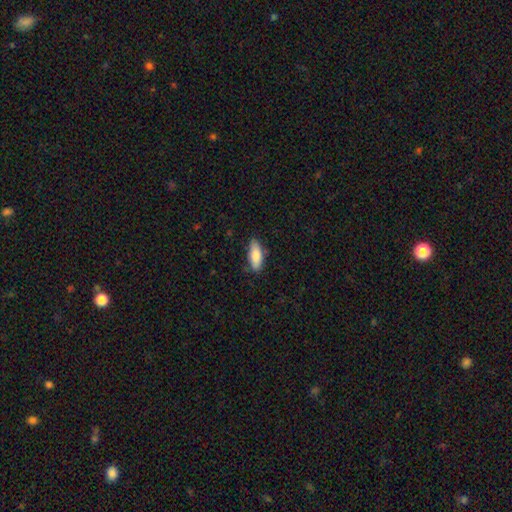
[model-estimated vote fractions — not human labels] The model was most divided on "how rounded": in between: 74%, cigar-shaped: 24%, round: 2%. More confident: smooth or featured — smooth (84%); merging — none (80%).